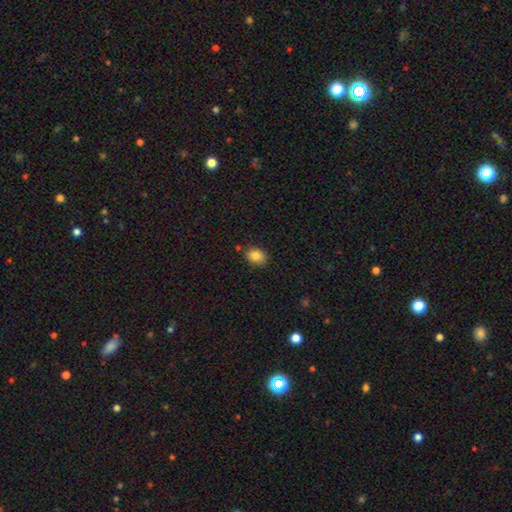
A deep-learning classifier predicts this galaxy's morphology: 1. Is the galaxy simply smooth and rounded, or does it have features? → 84% smooth, 10% star or artifact, 6% featured or disk.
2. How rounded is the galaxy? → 60% in between, 39% round, 1% cigar-shaped.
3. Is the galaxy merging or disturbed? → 80% none, 14% minor disturbance, 4% merger, 3% major disturbance.